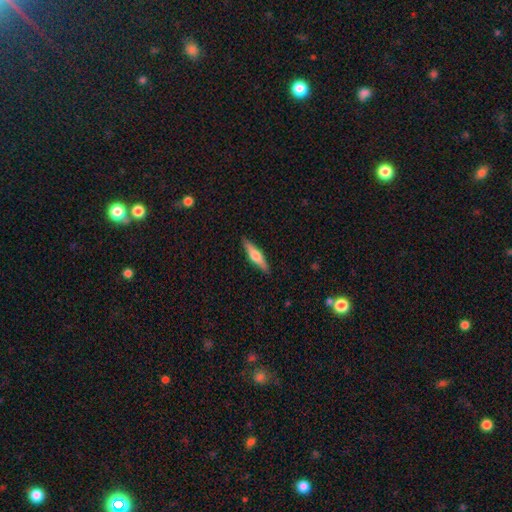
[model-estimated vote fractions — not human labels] featured or disk 50%, smooth 44%, star or artifact 5%. Down the decision tree: edge-on disk — yes (95%); merging — none (90%).